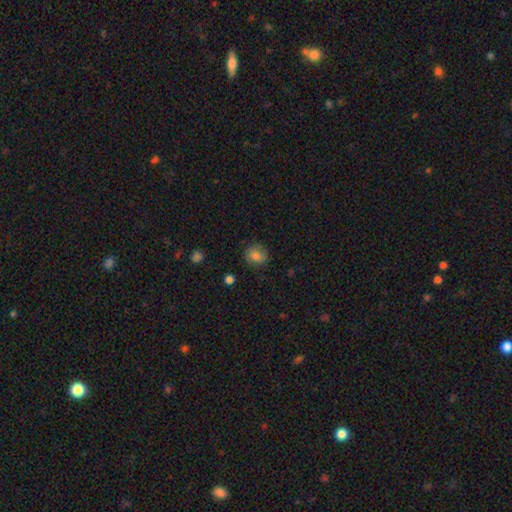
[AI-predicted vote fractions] This appears to be a smooth galaxy with no disk features (79%) that is round (73%). Merging: none (79%).